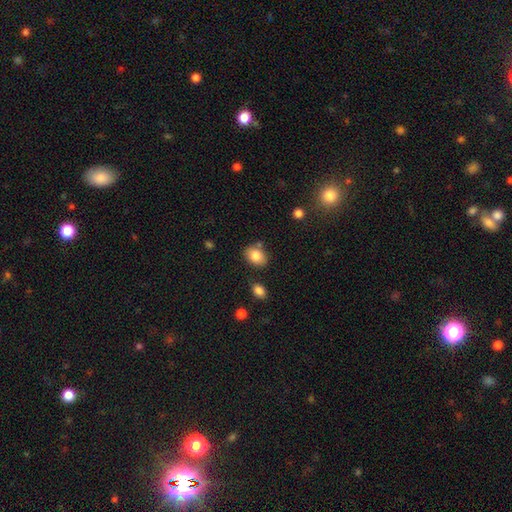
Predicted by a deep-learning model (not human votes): smooth-or-featured: smooth: 83% | star or artifact: 9% | featured or disk: 8%
  how-rounded: in between: 65% | round: 34% | cigar-shaped: 1%
  merging: none: 74% | minor disturbance: 15% | merger: 8% | major disturbance: 3%